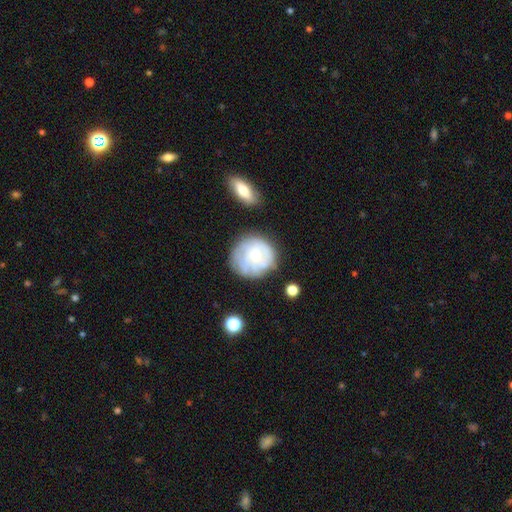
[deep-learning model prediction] A featured or disk galaxy (53%) with no bar (82%), spiral arms (56%) and a small central bulge (50%).

Vote fractions:
- Smooth or featured? featured or disk: 53% / smooth: 39% / star or artifact: 8%
- Edge-on disk? no: 97% / yes: 3%
- Bar? no: 82% / weak: 15% / strong: 3%
- Spiral arms? yes: 56% / no: 44%
- Bulge size? small: 50% / moderate: 40% / none: 4% / large: 4% / dominant: 1%
- Merging? none: 64% / minor disturbance: 21% / major disturbance: 10% / merger: 4%